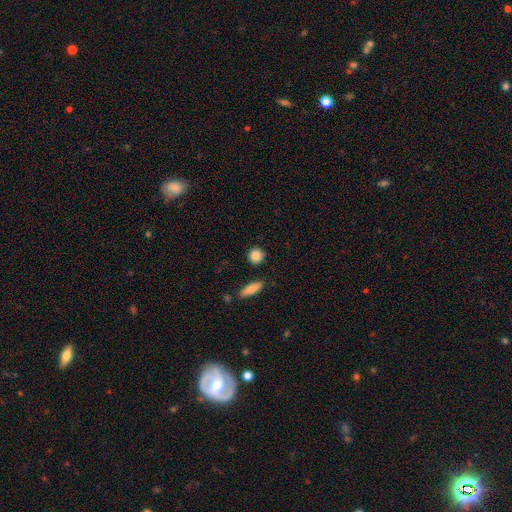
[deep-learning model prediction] Overall: smooth (86%). How rounded: round (83%). Merging: none (87%).